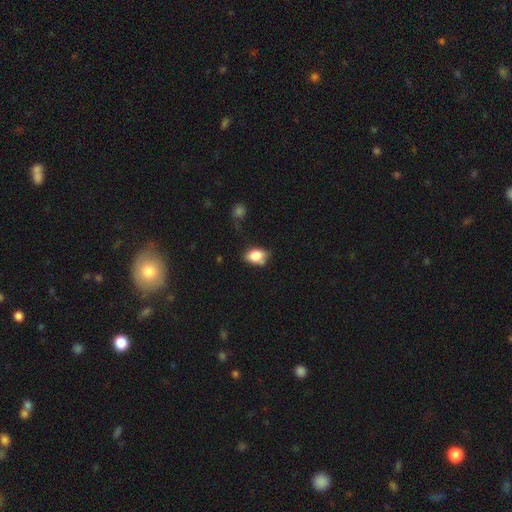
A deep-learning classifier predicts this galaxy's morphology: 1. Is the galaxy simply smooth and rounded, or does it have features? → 80% smooth, 12% featured or disk, 9% star or artifact.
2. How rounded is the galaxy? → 81% in between, 17% round, 2% cigar-shaped.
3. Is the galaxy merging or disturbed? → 58% none, 27% minor disturbance, 8% merger, 7% major disturbance.